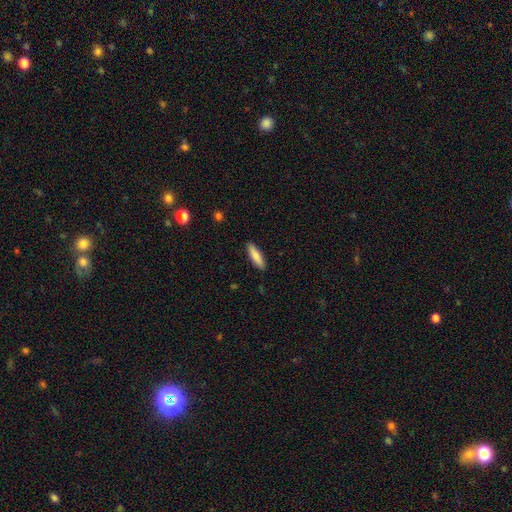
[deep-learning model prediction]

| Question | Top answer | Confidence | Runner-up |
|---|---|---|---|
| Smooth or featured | smooth | 83% | featured or disk (11%) |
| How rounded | cigar-shaped | 69% | in between (29%) |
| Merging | none | 90% | minor disturbance (8%) |